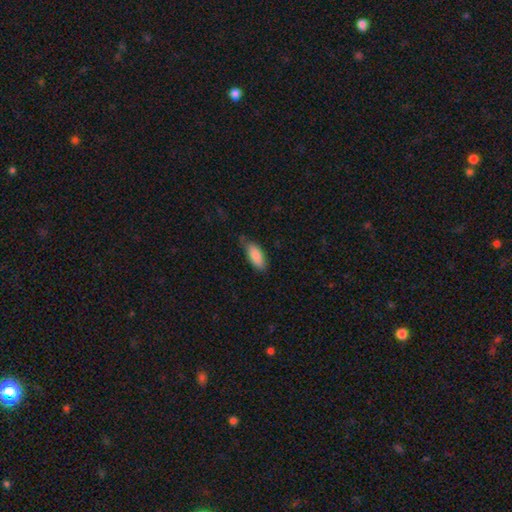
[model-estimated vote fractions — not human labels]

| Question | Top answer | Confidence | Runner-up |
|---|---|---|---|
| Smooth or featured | smooth | 86% | featured or disk (8%) |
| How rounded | in between | 82% | cigar-shaped (17%) |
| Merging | none | 67% | minor disturbance (26%) |